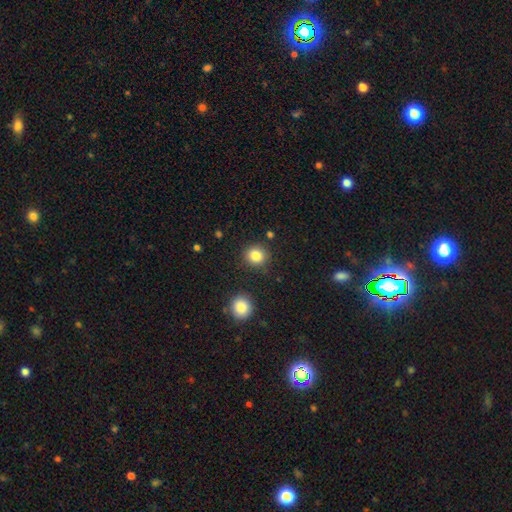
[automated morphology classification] Smooth or featured? smooth (84%)
How rounded? round (87%)
Merging? none (87%)